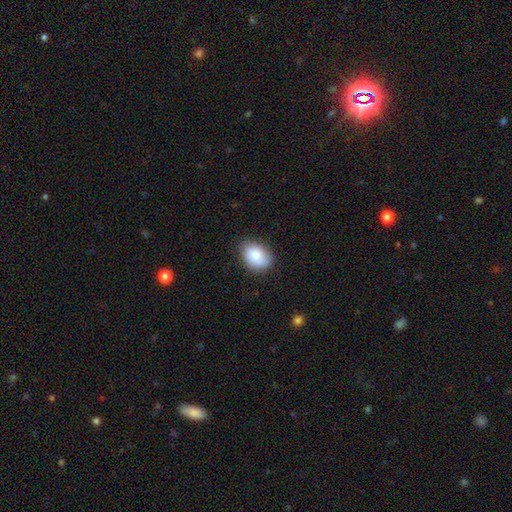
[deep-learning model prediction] Morphology: type=smooth (85%); roundness=in between (72%); merging=none (78%).